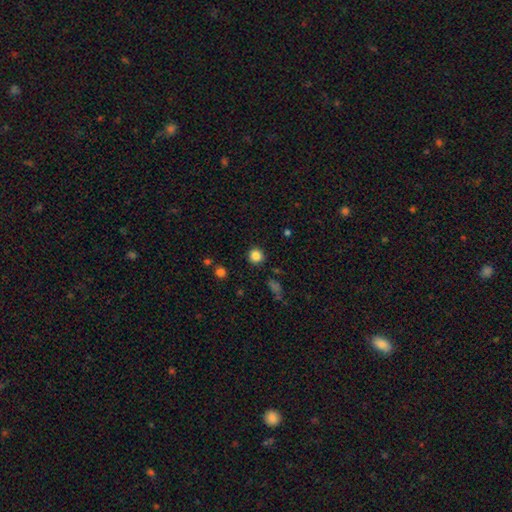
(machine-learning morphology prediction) smooth 84%, star or artifact 12%, featured or disk 4%. Down the decision tree: how rounded — round (92%); merging — none (89%).